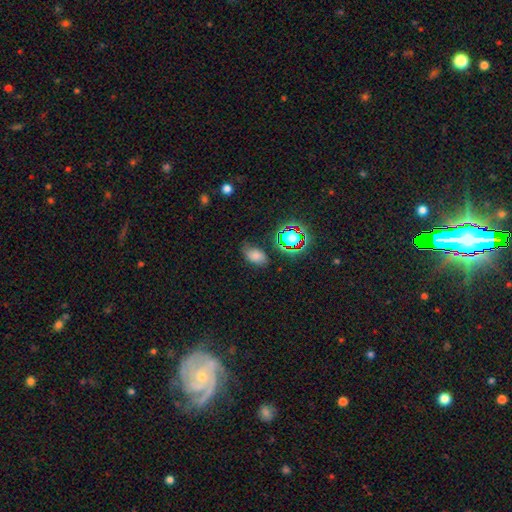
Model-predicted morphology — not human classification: A smooth galaxy with no disk features (68%) that is in between round and cigar-shaped (89%).

Vote fractions:
- Smooth or featured? smooth: 68% / star or artifact: 20% / featured or disk: 12%
- How rounded? in between: 89% / round: 9% / cigar-shaped: 2%
- Merging? none: 66% / minor disturbance: 24% / major disturbance: 7% / merger: 3%